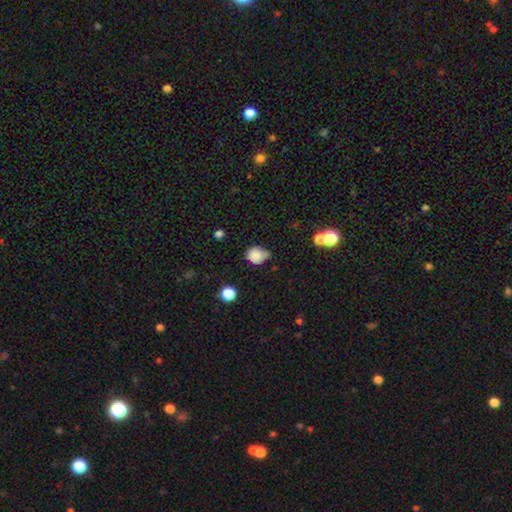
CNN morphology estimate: Smooth or featured?
  - smooth: 84% *
  - star or artifact: 10%
  - featured or disk: 6%
How rounded?
  - round: 65% *
  - in between: 34%
  - cigar-shaped: 1%
Merging?
  - none: 48% *
  - minor disturbance: 39%
  - major disturbance: 7%
  - merger: 6%